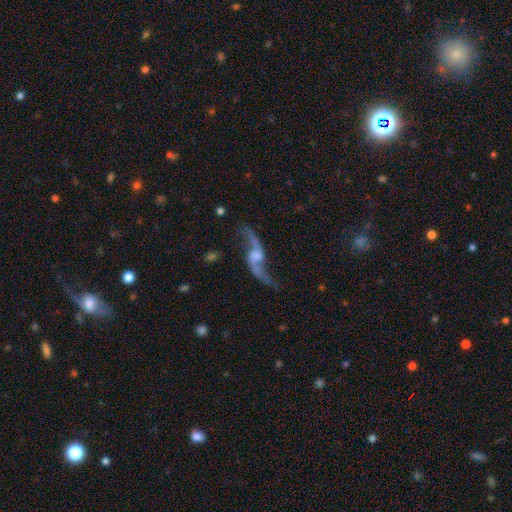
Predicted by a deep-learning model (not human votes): smooth-or-featured: featured or disk: 89% | star or artifact: 6% | smooth: 5%
  disk-edge-on: no: 89% | yes: 11%
    bar: no: 47% | weak: 39% | strong: 14%
    has-spiral-arms: yes: 96% | no: 4%
      spiral-winding: loose: 93% | medium: 5% | tight: 2%
      spiral-arm-count: 2: 94% | 1: 2% | can't tell: 1% | 3: 1% | 4: 1% | more than 4: 1%
    bulge-size: moderate: 37% | small: 36% | none: 17% | large: 8% | dominant: 2%
  merging: none: 75% | minor disturbance: 13% | major disturbance: 9% | merger: 3%